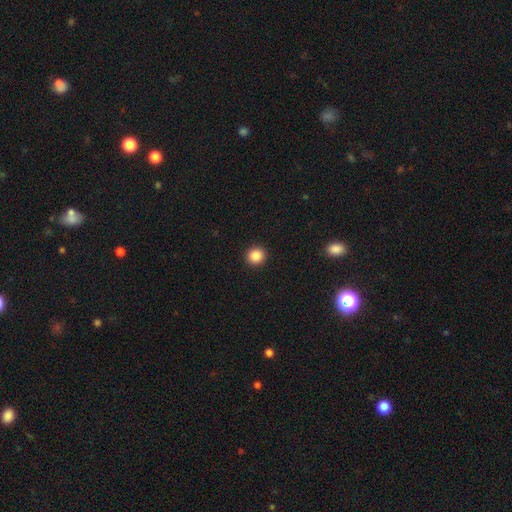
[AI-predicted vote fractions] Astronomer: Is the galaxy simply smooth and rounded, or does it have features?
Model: smooth — 86%.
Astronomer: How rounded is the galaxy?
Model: round — 92%.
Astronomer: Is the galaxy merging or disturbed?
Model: none — 93%.